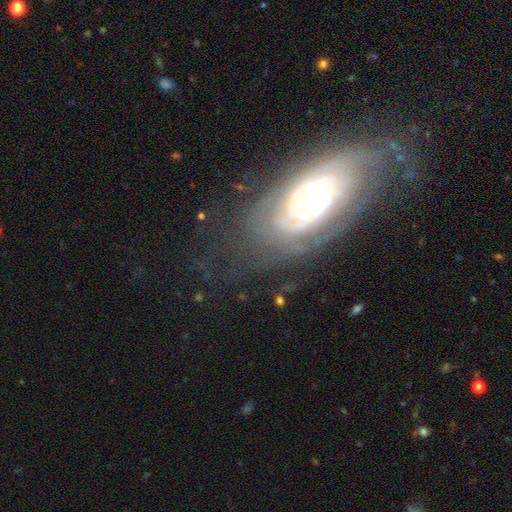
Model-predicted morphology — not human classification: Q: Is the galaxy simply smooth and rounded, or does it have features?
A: featured or disk — 81%.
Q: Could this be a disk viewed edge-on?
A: no — 93%.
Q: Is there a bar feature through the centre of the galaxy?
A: no — 79%.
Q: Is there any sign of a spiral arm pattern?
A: yes — 89%.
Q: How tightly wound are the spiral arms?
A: tight — 77%.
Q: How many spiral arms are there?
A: can't tell — 47%.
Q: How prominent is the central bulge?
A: small — 48%.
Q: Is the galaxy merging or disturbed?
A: none — 70%.